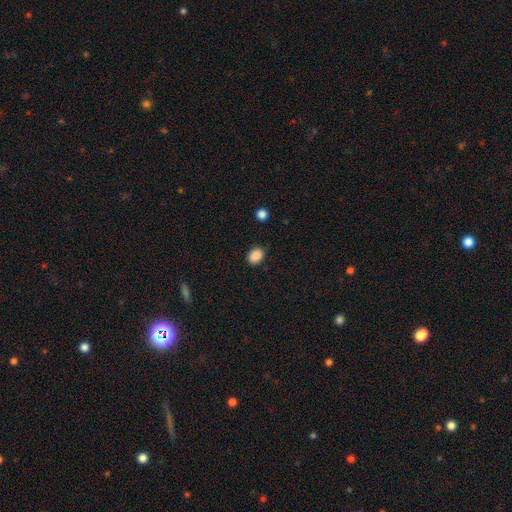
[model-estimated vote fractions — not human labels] Morphology: type=smooth (88%); roundness=in between (60%); merging=none (86%).